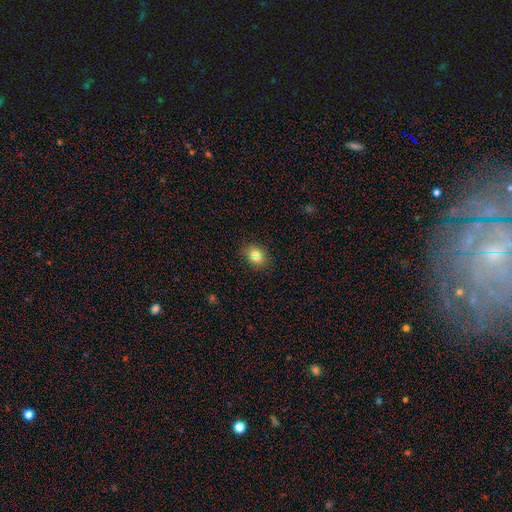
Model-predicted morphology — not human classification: Overall: smooth (78%). How rounded: in between (50%; round 48%). Merging: none (75%).